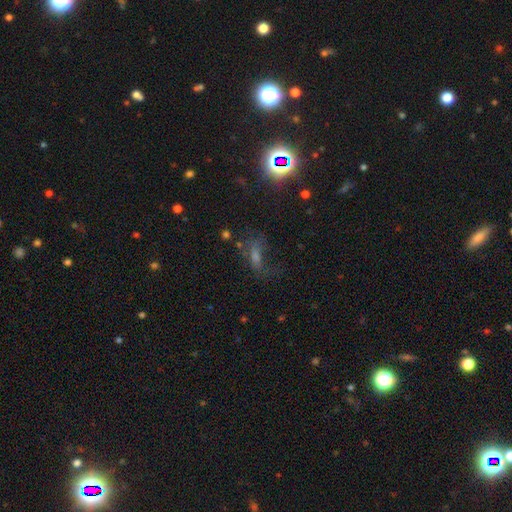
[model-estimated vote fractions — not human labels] smooth-or-featured: star or artifact: 38% | smooth: 31% | featured or disk: 31%